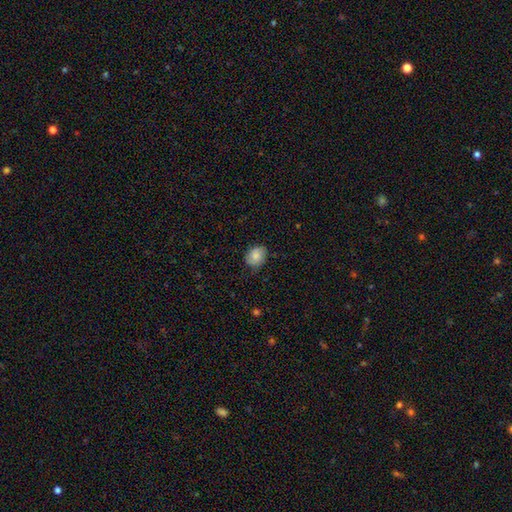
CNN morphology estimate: The model was most divided on "how rounded": in between: 55%, round: 45%, cigar-shaped: 1%. More confident: smooth or featured — smooth (84%); merging — none (74%).